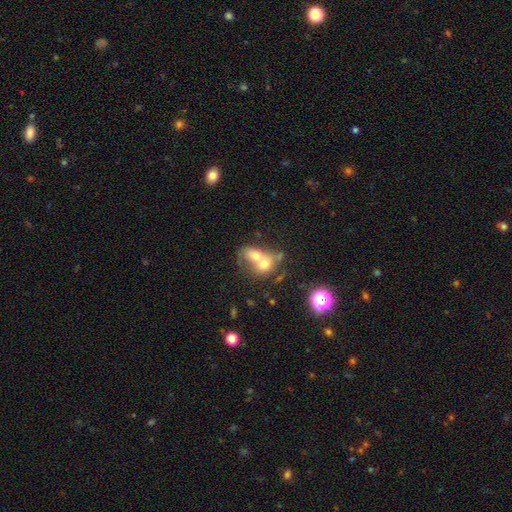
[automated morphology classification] smooth_or_featured: smooth (p=0.63) [alt: featured or disk p=0.26]
how_rounded: in between (p=0.50) [alt: round p=0.48]
merging: merger (p=0.76) [alt: none p=0.14]